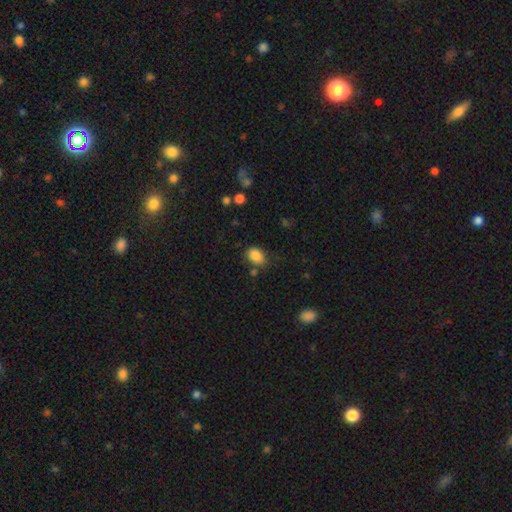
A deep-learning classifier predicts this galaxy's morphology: A smooth galaxy with no disk features (87%) that is in between round and cigar-shaped (78%).

Vote fractions:
- Smooth or featured? smooth: 87% / star or artifact: 9% / featured or disk: 4%
- How rounded? in between: 78% / round: 21% / cigar-shaped: 1%
- Merging? none: 71% / minor disturbance: 19% / major disturbance: 6% / merger: 5%